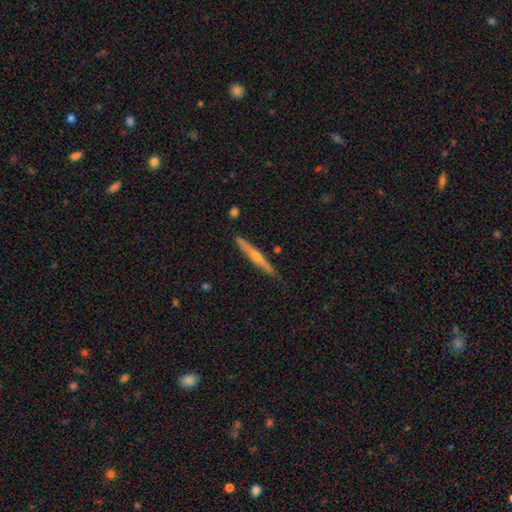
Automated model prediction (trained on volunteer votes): smooth_or_featured: featured or disk (p=0.60) [alt: smooth p=0.34]
disk_edge_on: yes (p=0.97) [alt: no p=0.03]
edge_on_bulge: rounded (p=0.68) [alt: none p=0.27]
merging: none (p=0.86) [alt: minor disturbance p=0.11]